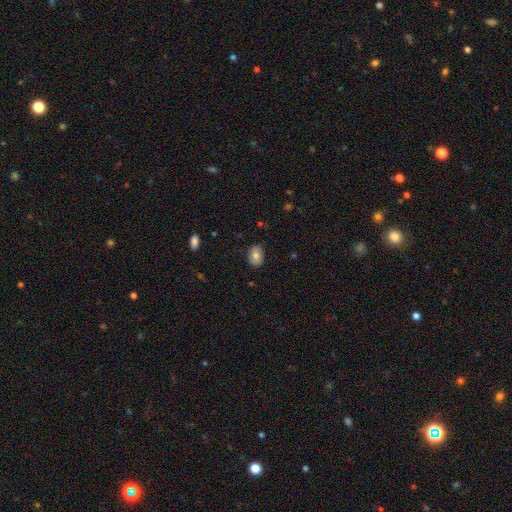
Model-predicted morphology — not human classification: Smooth or featured?
  - smooth: 72% *
  - featured or disk: 20%
  - star or artifact: 8%
How rounded?
  - in between: 74% *
  - round: 25%
  - cigar-shaped: 1%
Merging?
  - none: 83% *
  - minor disturbance: 13%
  - major disturbance: 3%
  - merger: 1%